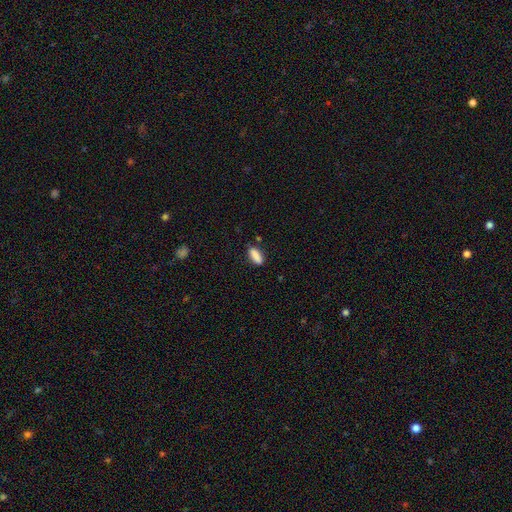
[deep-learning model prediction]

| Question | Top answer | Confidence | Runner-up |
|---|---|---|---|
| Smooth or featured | smooth | 87% | star or artifact (8%) |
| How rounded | in between | 64% | cigar-shaped (34%) |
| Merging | none | 80% | minor disturbance (13%) |